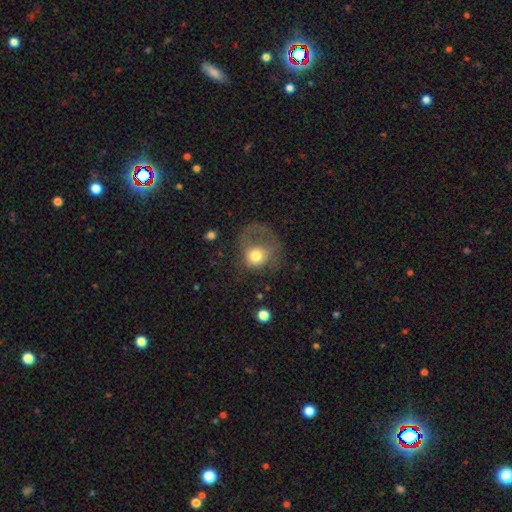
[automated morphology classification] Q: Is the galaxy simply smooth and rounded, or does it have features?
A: smooth — 64%.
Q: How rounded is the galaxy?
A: round — 68%.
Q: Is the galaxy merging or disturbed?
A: major disturbance — 59%.